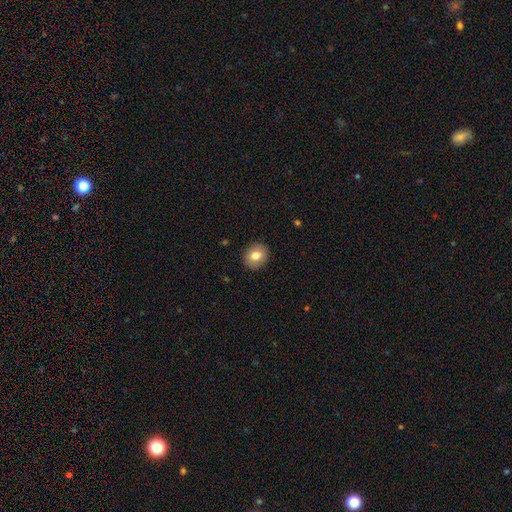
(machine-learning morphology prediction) Q: Smooth or featured?
A: smooth (79%); runner-up: featured or disk (12%)
Q: How rounded?
A: round (65%); runner-up: in between (34%)
Q: Merging?
A: none (90%); runner-up: minor disturbance (7%)